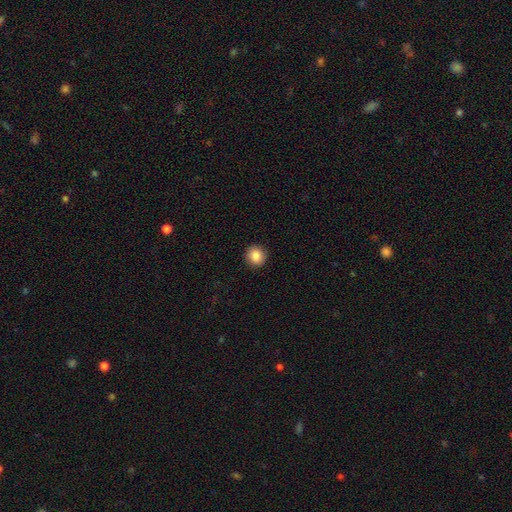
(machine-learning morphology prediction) This is clearly a smooth galaxy (87%). How rounded: clearly round (90%). Merging: clearly none (92%).